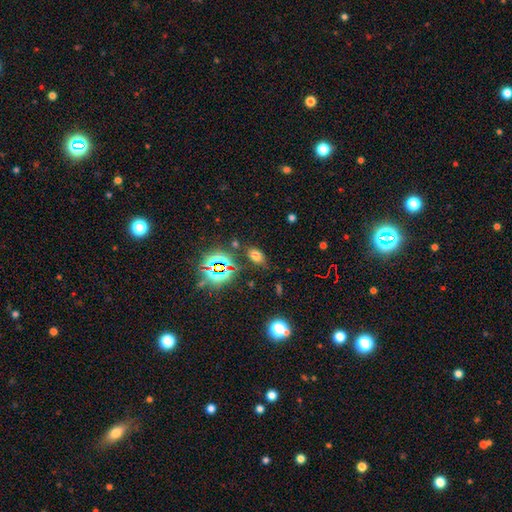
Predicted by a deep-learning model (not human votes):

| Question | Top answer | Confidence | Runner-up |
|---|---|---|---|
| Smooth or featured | smooth | 62% | star or artifact (29%) |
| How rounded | in between | 86% | round (11%) |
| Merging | none | 79% | minor disturbance (12%) |